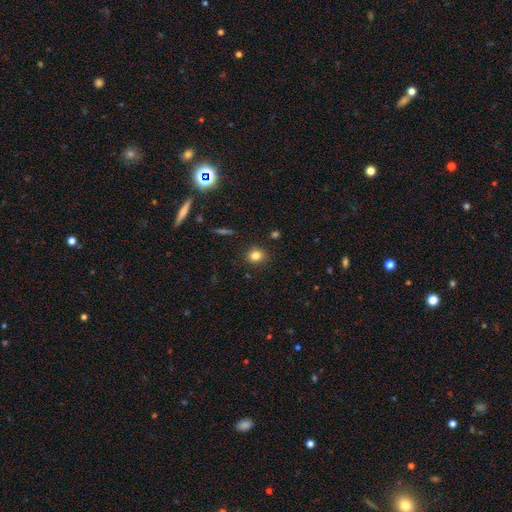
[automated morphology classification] The model was most divided on "how rounded": round: 76%, in between: 23%, cigar-shaped: 1%. More confident: merging — none (89%); smooth or featured — smooth (81%).